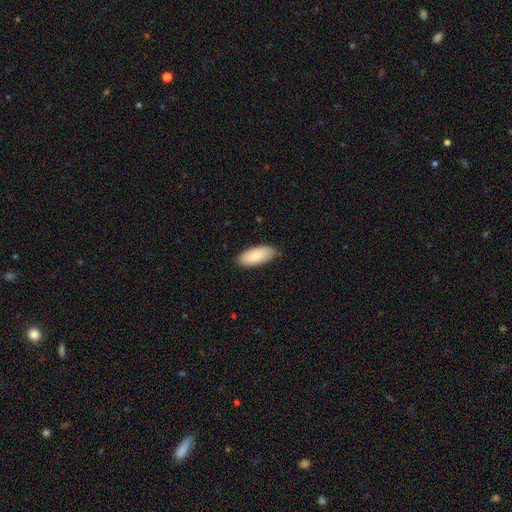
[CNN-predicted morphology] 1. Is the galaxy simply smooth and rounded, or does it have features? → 79% smooth, 16% featured or disk, 6% star or artifact.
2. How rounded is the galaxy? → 88% in between, 10% cigar-shaped, 2% round.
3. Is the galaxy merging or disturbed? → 85% none, 12% minor disturbance, 2% major disturbance, 1% merger.